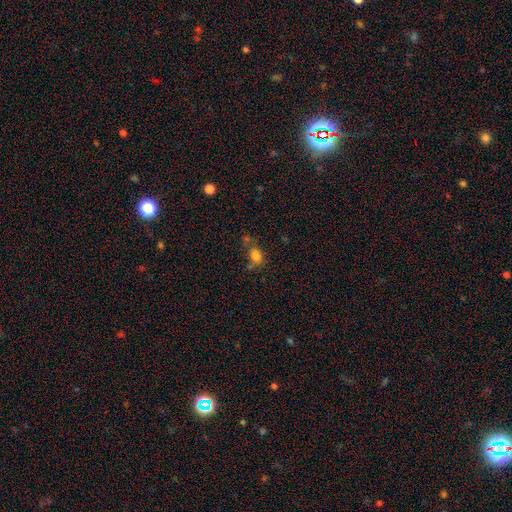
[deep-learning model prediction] Q: Smooth or featured?
A: smooth (78%); runner-up: star or artifact (13%)
Q: How rounded?
A: in between (72%); runner-up: round (26%)
Q: Merging?
A: none (45%); runner-up: merger (24%)